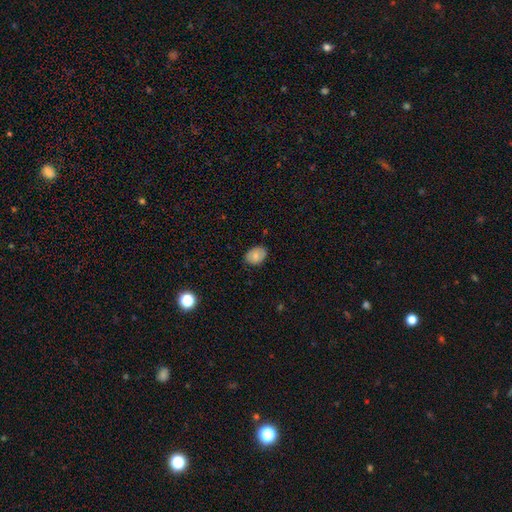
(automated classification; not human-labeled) The model was most divided on "smooth or featured": smooth: 73%, featured or disk: 19%, star or artifact: 8%. More confident: merging — none (79%); how rounded — in between (78%).